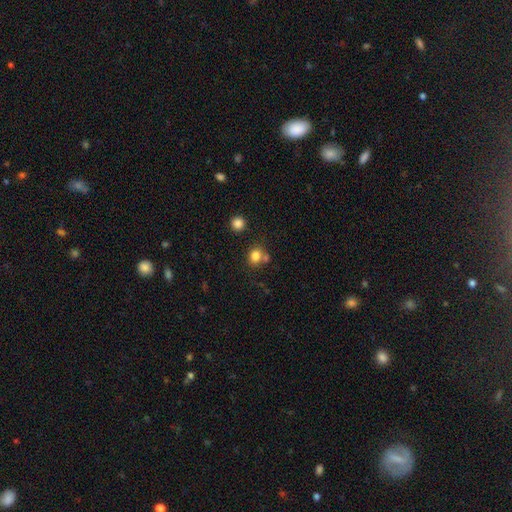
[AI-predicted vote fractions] This appears to be a smooth galaxy with no disk features (81%) that is round (69%). Merging: none (62%).